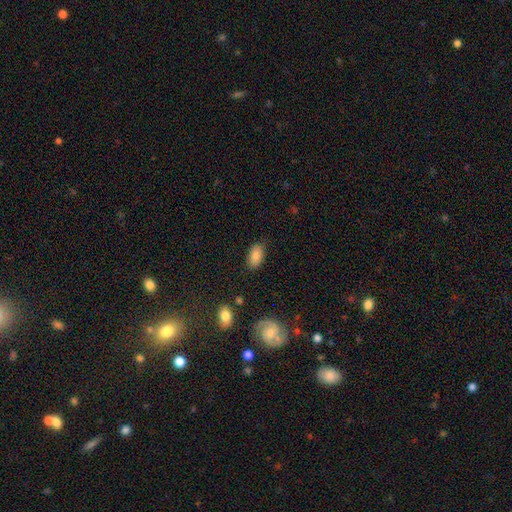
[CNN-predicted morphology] Smooth or featured? Predicted: smooth (p=0.84). How rounded? Predicted: in between (p=0.93). Merging? Predicted: none (p=0.81).